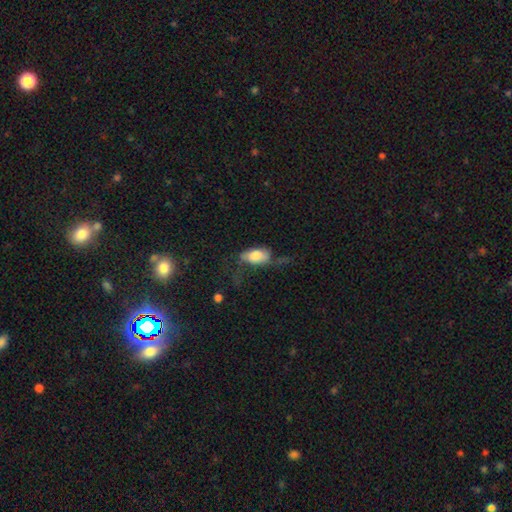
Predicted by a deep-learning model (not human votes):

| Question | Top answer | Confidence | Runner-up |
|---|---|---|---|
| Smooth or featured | smooth | 73% | featured or disk (19%) |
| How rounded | in between | 91% | cigar-shaped (5%) |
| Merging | major disturbance | 39% | none (29%) |